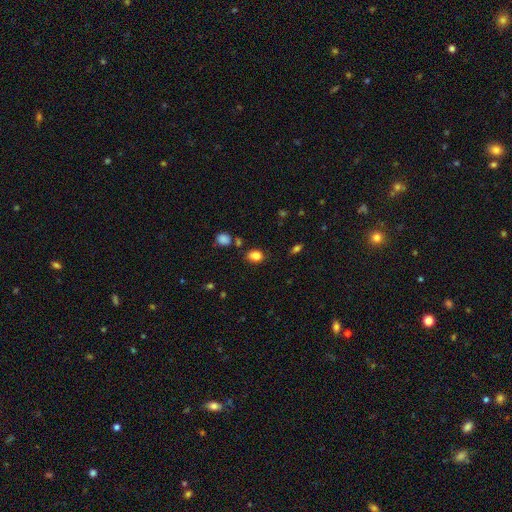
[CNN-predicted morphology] Smooth or featured? smooth (83%)
How rounded? in between (68%)
Merging? none (78%)